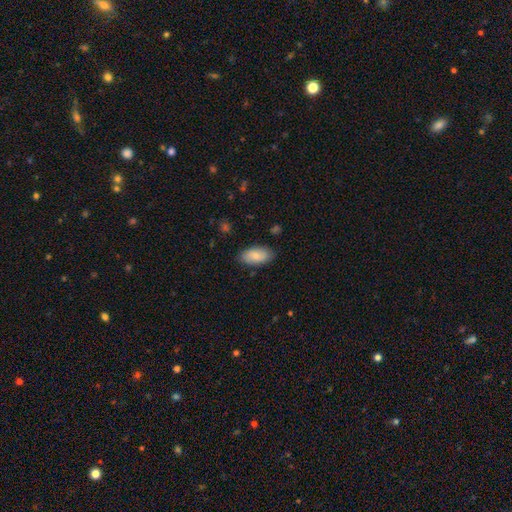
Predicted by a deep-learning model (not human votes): smooth 82%, featured or disk 12%, star or artifact 6%. Down the decision tree: how rounded — in between (94%); merging — none (83%).